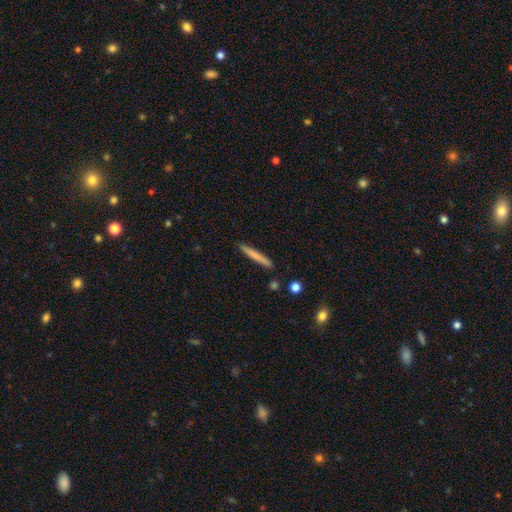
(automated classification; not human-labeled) This is likely a smooth galaxy (73%). How rounded: clearly cigar-shaped (96%). Merging: clearly none (89%).